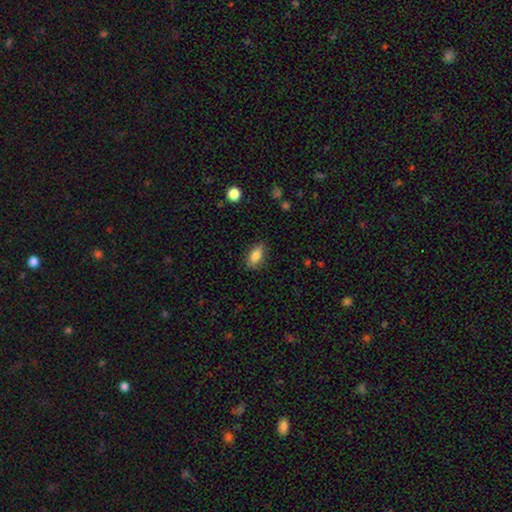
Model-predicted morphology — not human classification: This appears to be a smooth galaxy with no disk features (82%) that is in between round and cigar-shaped (86%). Merging: none (84%).